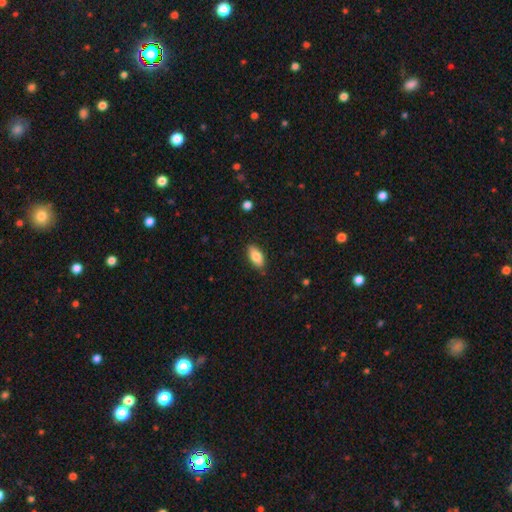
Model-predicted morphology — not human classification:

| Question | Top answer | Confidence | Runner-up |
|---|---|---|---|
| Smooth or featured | smooth | 82% | featured or disk (11%) |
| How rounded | in between | 88% | cigar-shaped (10%) |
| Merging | none | 85% | minor disturbance (11%) |